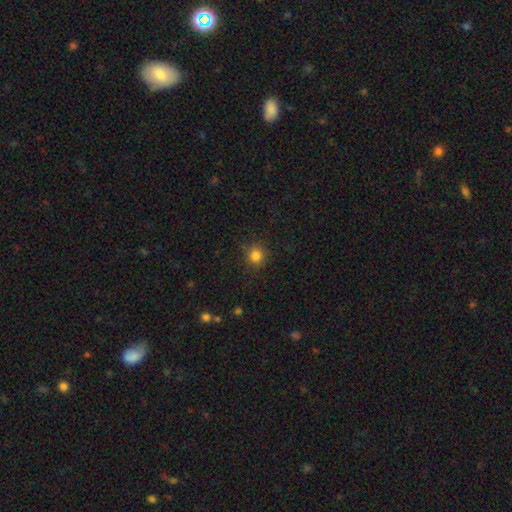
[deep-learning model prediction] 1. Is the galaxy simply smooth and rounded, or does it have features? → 83% smooth, 13% star or artifact, 4% featured or disk.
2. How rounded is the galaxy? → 91% round, 8% in between, 1% cigar-shaped.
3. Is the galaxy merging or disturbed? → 88% none, 8% minor disturbance, 3% major disturbance, 1% merger.